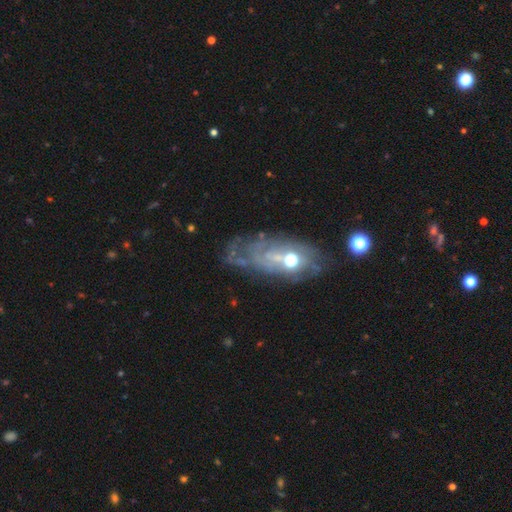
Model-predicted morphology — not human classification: A featured or disk galaxy (69%) with no bar (75%), spiral arms (62%) and a moderate central bulge (59%). Merging: none (54%).